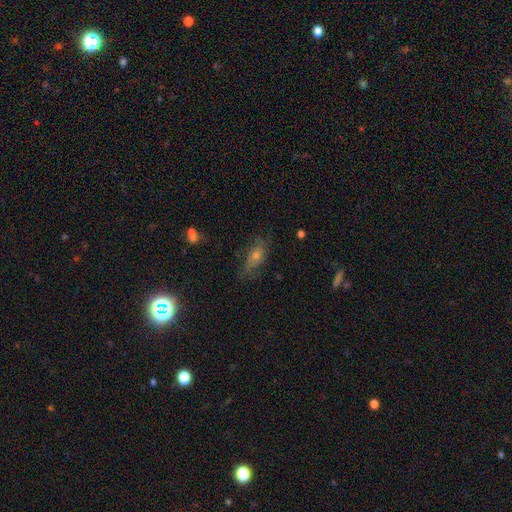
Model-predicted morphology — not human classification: This is marginally a featured or disk galaxy (41%). Merging: likely none (68%).